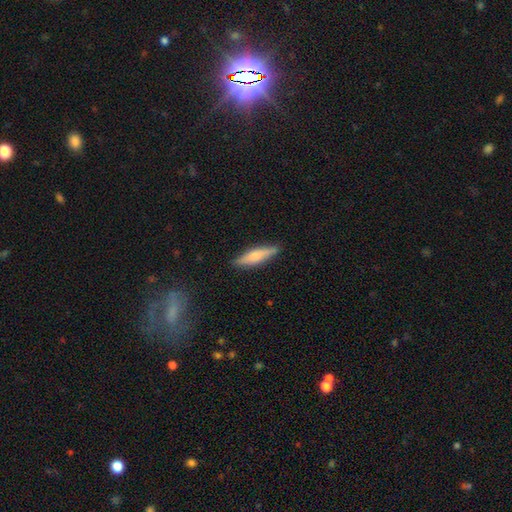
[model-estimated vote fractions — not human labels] Overall: smooth (60%; featured or disk 34%). How rounded: cigar-shaped (76%). Merging: none (87%).